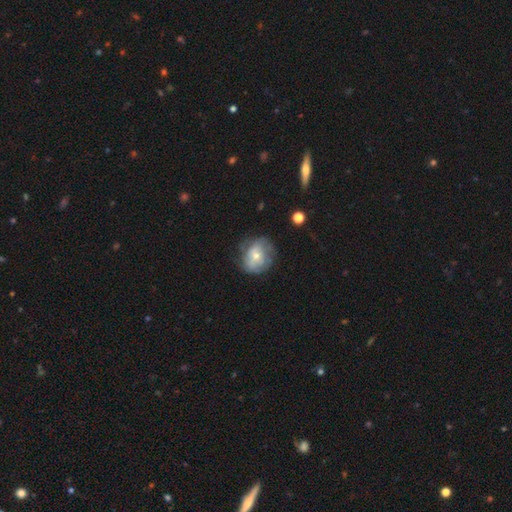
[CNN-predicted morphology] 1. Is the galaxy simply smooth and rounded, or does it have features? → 48% featured or disk, 44% smooth, 8% star or artifact.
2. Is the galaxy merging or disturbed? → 59% none, 26% minor disturbance, 13% major disturbance, 2% merger.